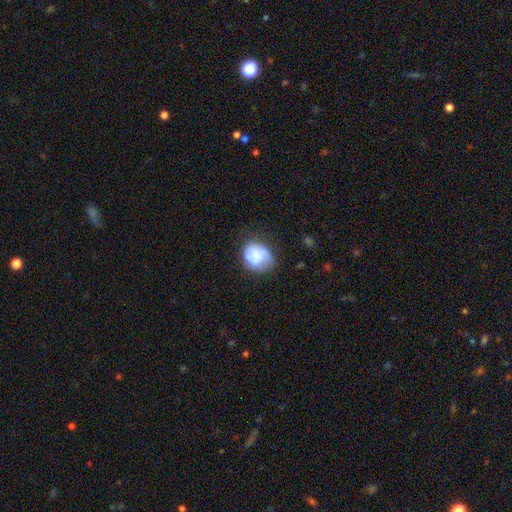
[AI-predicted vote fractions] Smooth or featured? smooth (57%)
How rounded? round (52%)
Merging? none (46%)